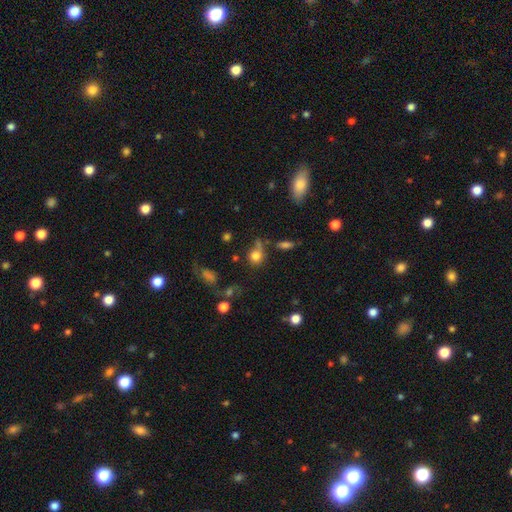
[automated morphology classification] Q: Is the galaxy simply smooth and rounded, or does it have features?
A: smooth — 77%.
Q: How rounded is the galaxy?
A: round — 74%.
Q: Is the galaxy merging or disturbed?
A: none — 51%.